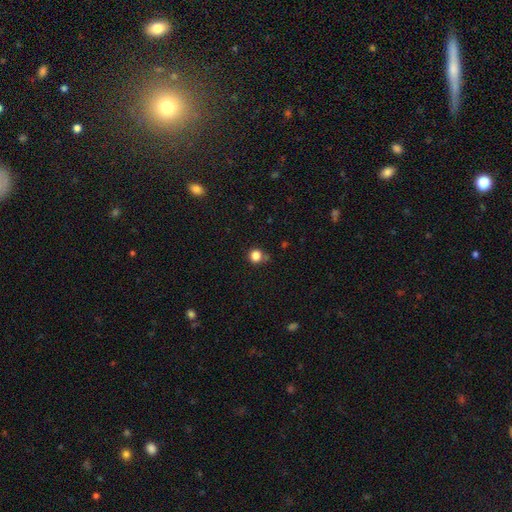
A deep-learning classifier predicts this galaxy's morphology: The model was most divided on "merging": none: 76%, minor disturbance: 13%, merger: 6%, major disturbance: 4%. More confident: how rounded — round (92%); smooth or featured — smooth (83%).